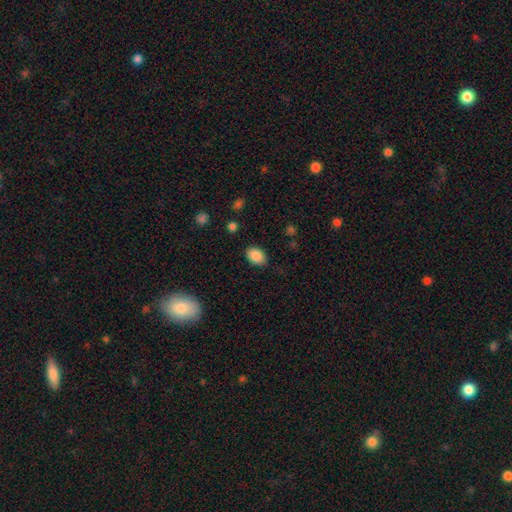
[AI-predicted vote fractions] Morphology: type=smooth (88%); roundness=in between (81%); merging=none (84%).